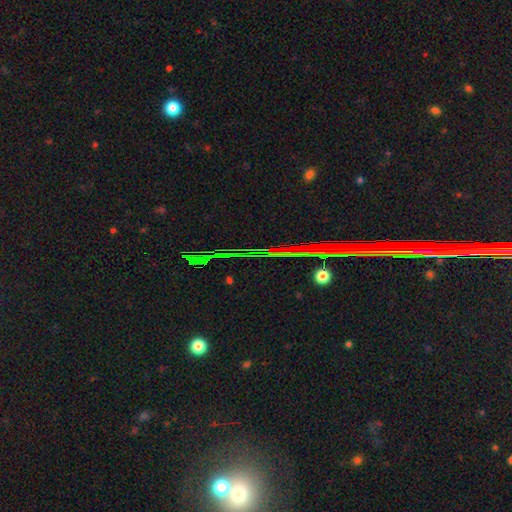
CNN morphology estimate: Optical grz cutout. It shows a star or artifact, not a galaxy (77%).